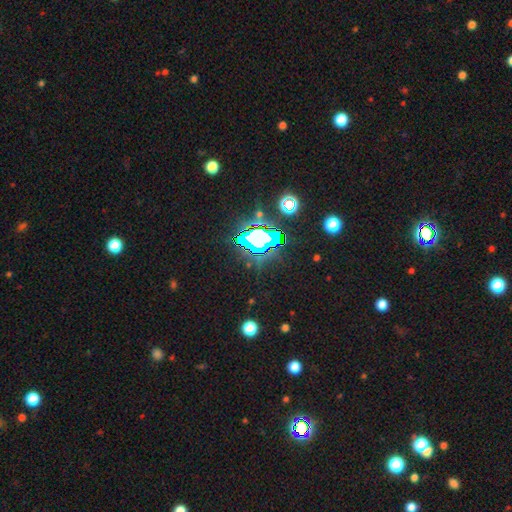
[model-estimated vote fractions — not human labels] Overall: star or artifact (83%).